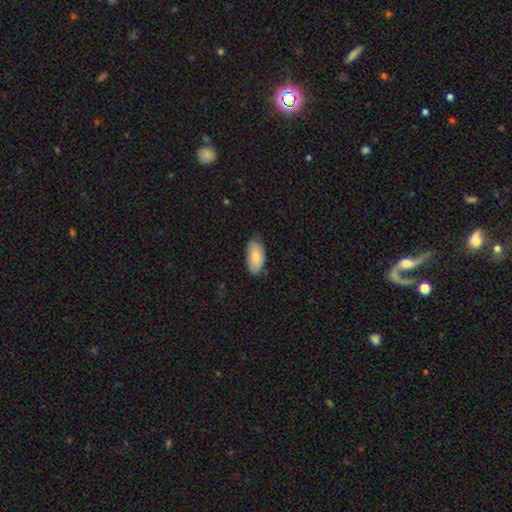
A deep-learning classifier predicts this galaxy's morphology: This is likely a smooth galaxy (78%). How rounded: clearly in between (94%). Merging: likely none (80%).